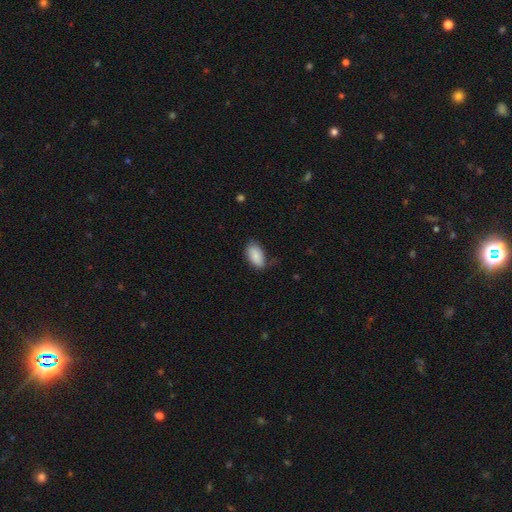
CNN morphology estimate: Q: Smooth or featured?
A: smooth (85%); runner-up: featured or disk (8%)
Q: How rounded?
A: in between (94%); runner-up: round (3%)
Q: Merging?
A: none (64%); runner-up: minor disturbance (28%)